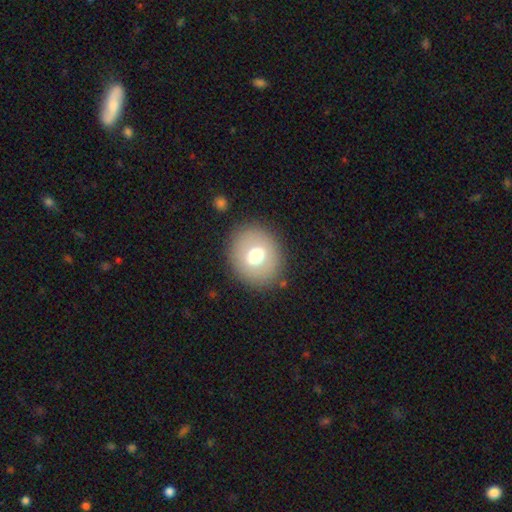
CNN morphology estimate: Overall: smooth (68%). How rounded: round (79%). Merging: none (86%).